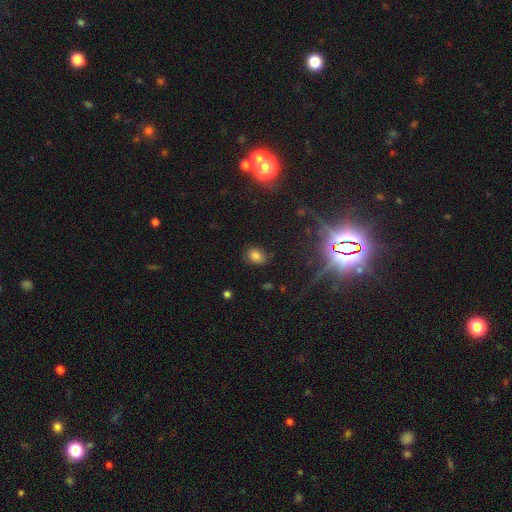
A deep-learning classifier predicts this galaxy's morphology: This appears to be a smooth galaxy with no disk features (75%) that is in between round and cigar-shaped (66%). Merging: none (76%).